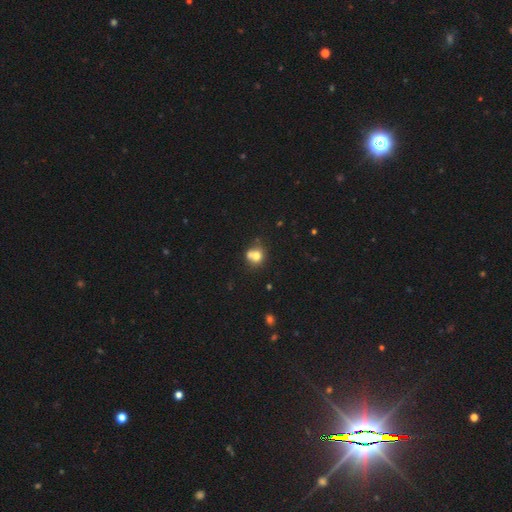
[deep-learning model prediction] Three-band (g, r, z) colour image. It shows a smooth galaxy with no disk features (71%) that is round (78%). Merging: merger (45%).